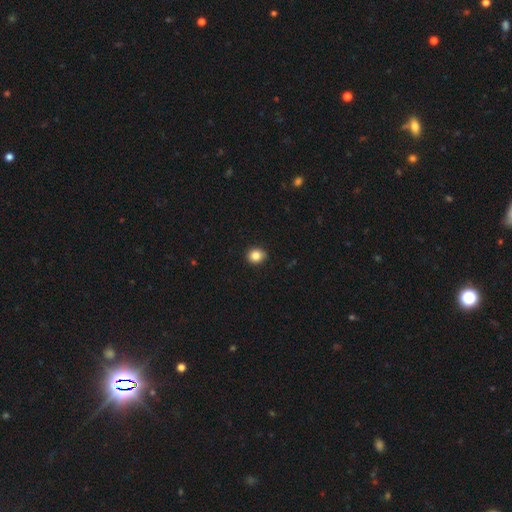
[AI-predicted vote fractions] Smooth or featured?
  - smooth: 85% *
  - star or artifact: 10%
  - featured or disk: 5%
How rounded?
  - round: 79% *
  - in between: 20%
  - cigar-shaped: 1%
Merging?
  - none: 90% *
  - minor disturbance: 7%
  - major disturbance: 2%
  - merger: 1%